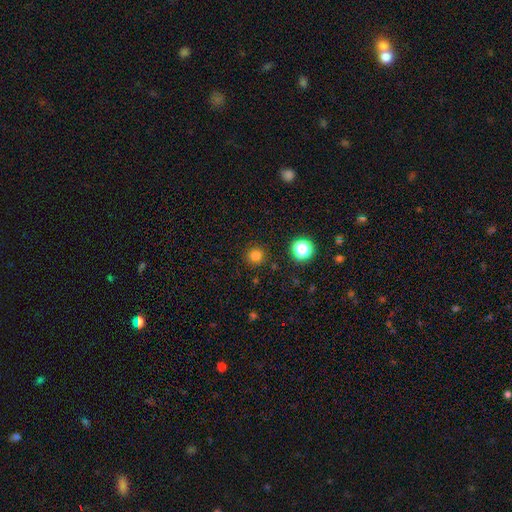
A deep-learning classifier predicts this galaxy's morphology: smooth_or_featured: smooth (p=0.78) [alt: star or artifact p=0.17]
how_rounded: round (p=0.94) [alt: in between p=0.05]
merging: none (p=0.90) [alt: minor disturbance p=0.06]